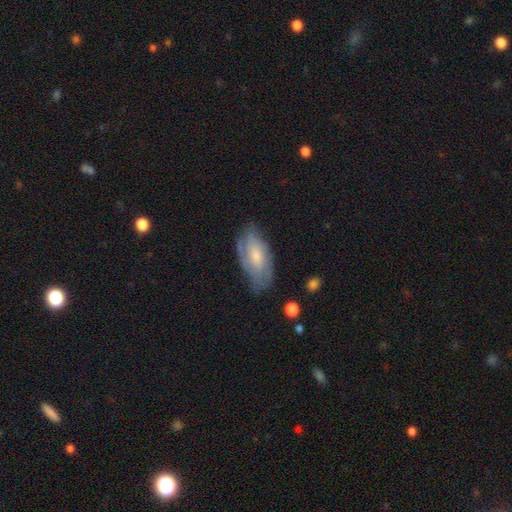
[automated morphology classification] Overall: featured or disk (59%; smooth 34%). Edge-on disk: no (92%). Bar: no (66%; weak 29%). Spiral arms: yes (82%). Bulge size: small (47%; moderate 40%). Merging: none (66%).